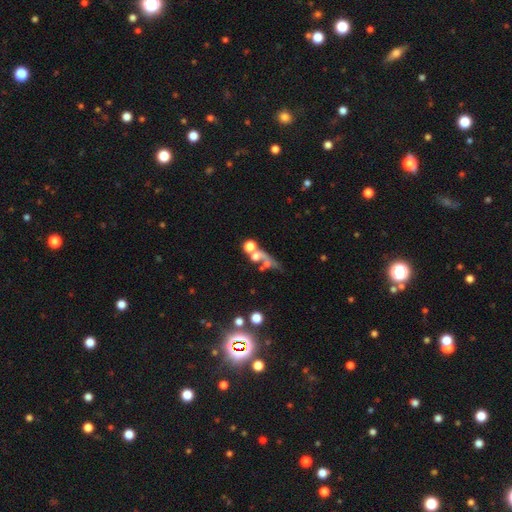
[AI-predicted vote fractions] A smooth galaxy with no disk features (48%). Merging: merger (42%).